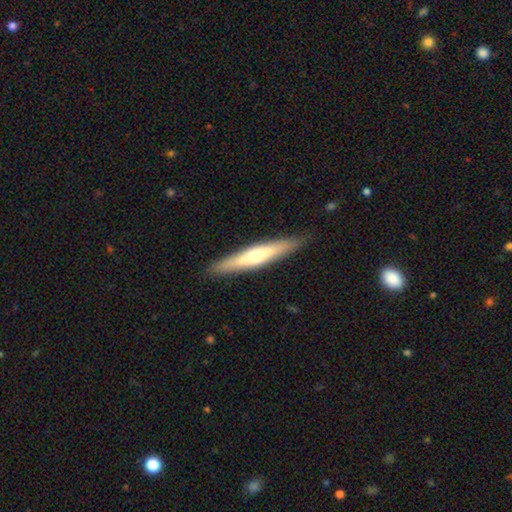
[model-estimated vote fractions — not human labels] featured or disk 55%, smooth 40%, star or artifact 5%. Down the decision tree: edge-on disk — yes (88%); merging — none (89%).